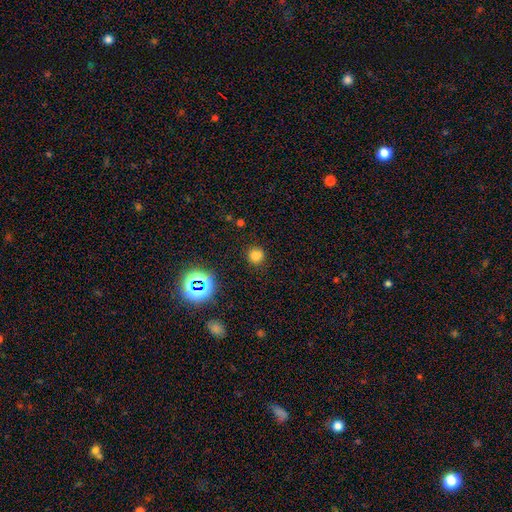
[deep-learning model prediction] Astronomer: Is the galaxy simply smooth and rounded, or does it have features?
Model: smooth — 73%.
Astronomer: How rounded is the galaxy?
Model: round — 84%.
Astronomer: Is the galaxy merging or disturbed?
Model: none — 81%.